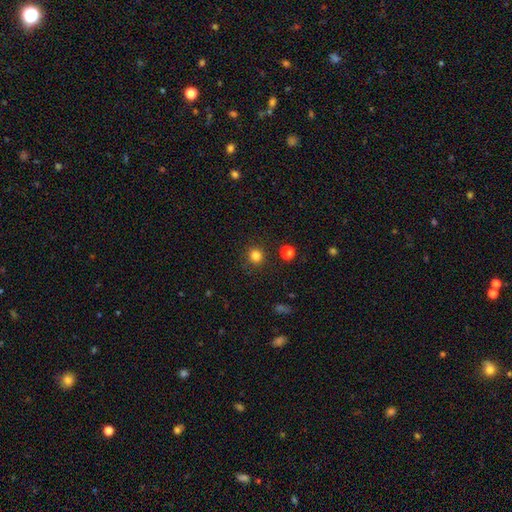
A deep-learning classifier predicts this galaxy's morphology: Smooth or featured: smooth — 83% (star or artifact — 13%)
How rounded: round — 94% (in between — 5%)
Merging: none — 90% (minor disturbance — 6%)